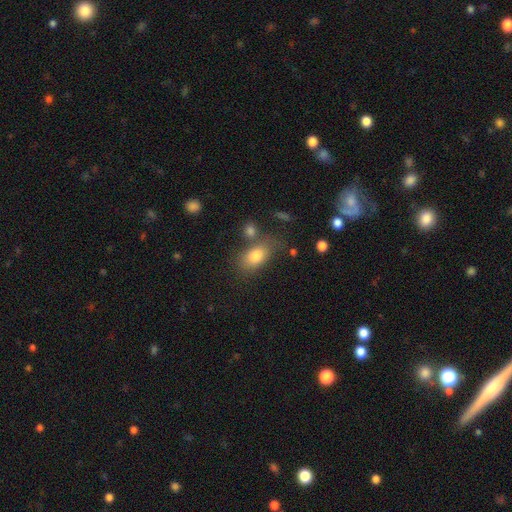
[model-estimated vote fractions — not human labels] This appears to be a smooth galaxy with no disk features (79%) that is in between round and cigar-shaped (86%). Merging: none (61%).